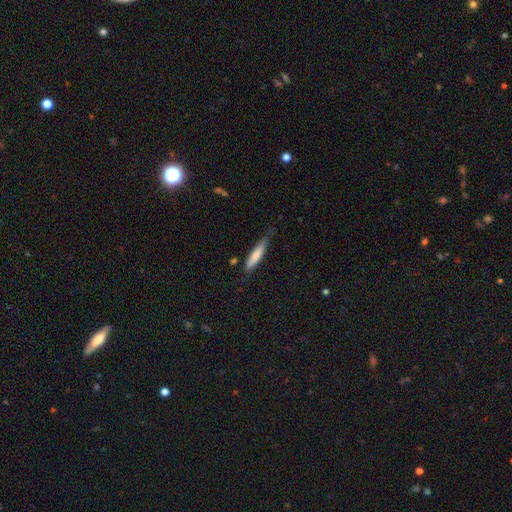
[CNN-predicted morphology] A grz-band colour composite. It shows a smooth galaxy with no disk features (73%) that is cigar-shaped (86%). Merging: none (67%).